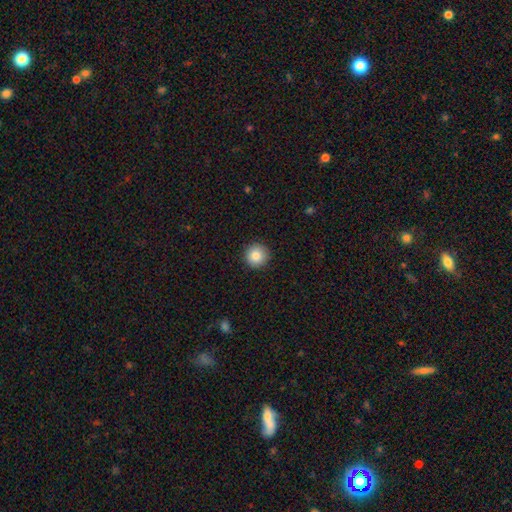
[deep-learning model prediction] Overall: smooth (85%). How rounded: round (96%). Merging: none (92%).